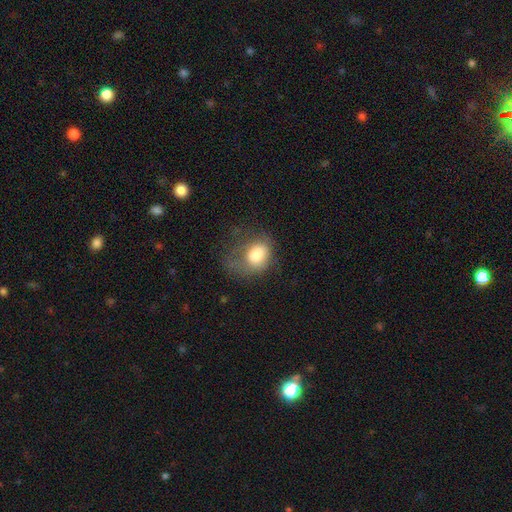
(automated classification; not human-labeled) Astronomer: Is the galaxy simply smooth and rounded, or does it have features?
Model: smooth — 75%.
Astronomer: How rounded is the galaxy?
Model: in between — 53% (runner-up: round, 46%).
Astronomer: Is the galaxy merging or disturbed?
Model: major disturbance — 37% (runner-up: none, 32%).